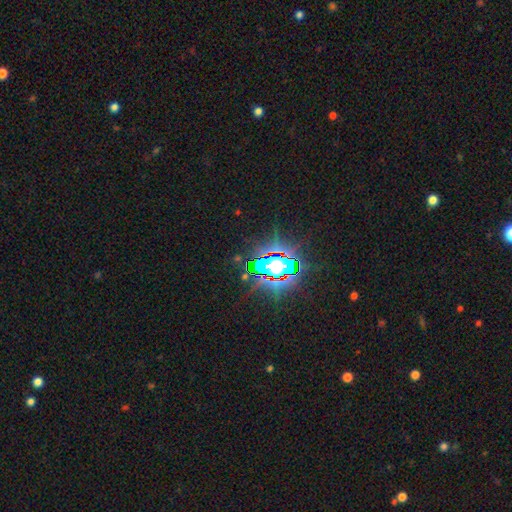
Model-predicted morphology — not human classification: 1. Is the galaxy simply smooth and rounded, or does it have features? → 85% star or artifact, 8% smooth, 7% featured or disk.